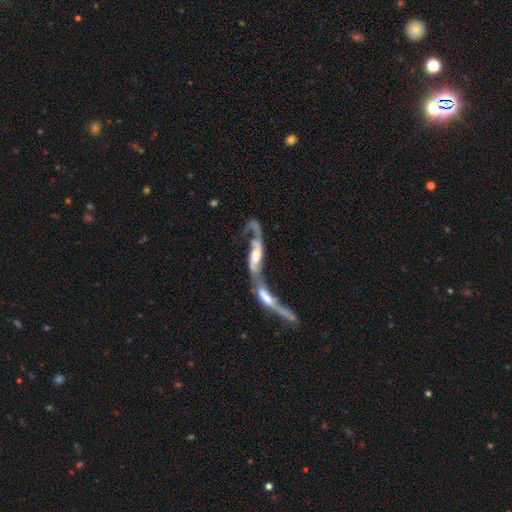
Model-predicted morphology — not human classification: featured or disk 74%, smooth 20%, star or artifact 6%. Down the decision tree: edge-on disk — no (79%); bar — no (45%); spiral arms — yes (84%); bulge size — moderate (34%); merging — merger (81%).